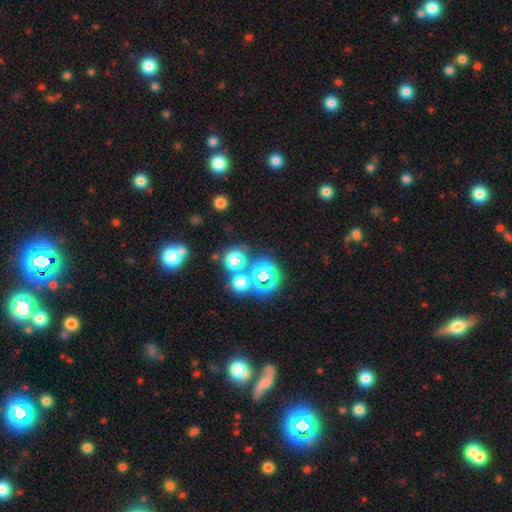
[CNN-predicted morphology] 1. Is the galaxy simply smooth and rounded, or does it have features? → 61% star or artifact, 30% smooth, 9% featured or disk.